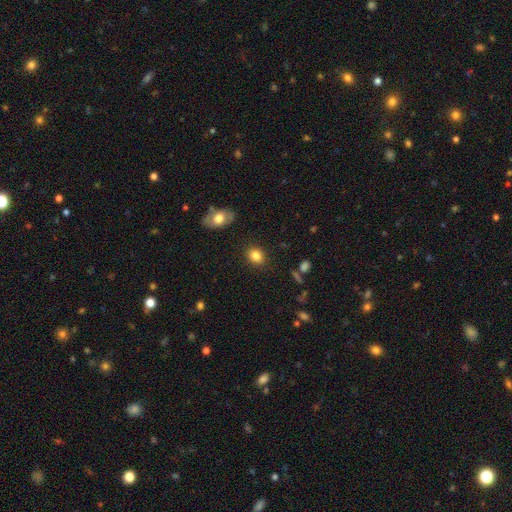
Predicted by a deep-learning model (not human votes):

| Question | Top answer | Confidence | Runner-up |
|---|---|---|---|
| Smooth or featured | smooth | 84% | star or artifact (9%) |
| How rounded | in between | 53% | round (46%) |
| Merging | none | 87% | minor disturbance (9%) |